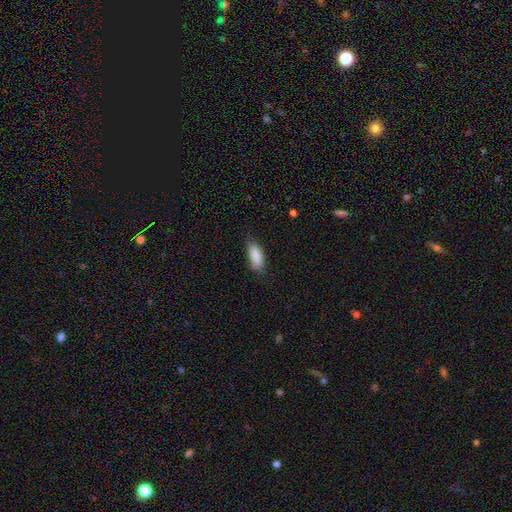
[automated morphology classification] Smooth or featured? smooth (88%)
How rounded? in between (80%)
Merging? none (76%)